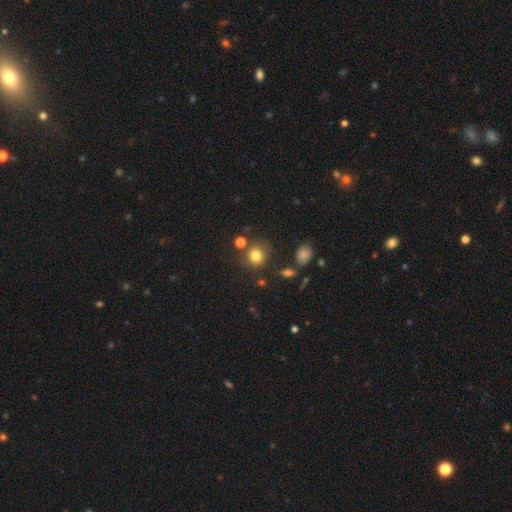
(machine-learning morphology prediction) Smooth or featured? smooth (79%)
How rounded? round (87%)
Merging? none (77%)